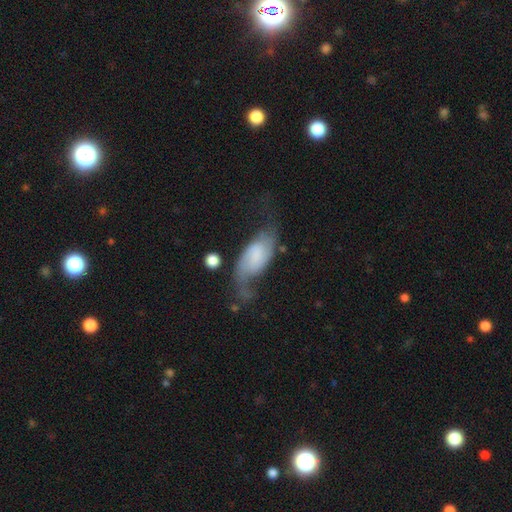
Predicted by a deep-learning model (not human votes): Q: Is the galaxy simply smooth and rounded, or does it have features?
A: featured or disk — 70%.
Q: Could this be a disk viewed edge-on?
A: no — 93%.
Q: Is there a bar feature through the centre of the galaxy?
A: no — 47%.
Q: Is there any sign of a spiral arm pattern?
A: yes — 93%.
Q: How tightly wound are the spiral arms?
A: loose — 71%.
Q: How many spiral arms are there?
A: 2 — 89%.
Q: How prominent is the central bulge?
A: none — 45%.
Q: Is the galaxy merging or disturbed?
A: none — 48%.